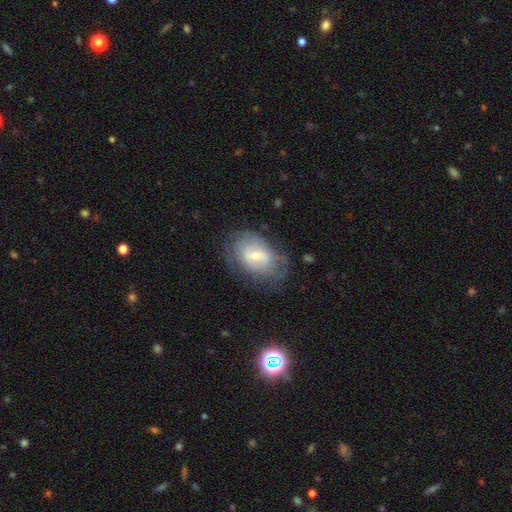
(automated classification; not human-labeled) smooth-or-featured: featured or disk: 63% | smooth: 30% | star or artifact: 7%
  disk-edge-on: no: 94% | yes: 6%
    bar: weak: 52% | no: 30% | strong: 17%
    has-spiral-arms: yes: 66% | no: 34%
    bulge-size: small: 48% | moderate: 46% | large: 3% | none: 2% | dominant: 1%
  merging: none: 63% | minor disturbance: 23% | major disturbance: 12% | merger: 2%